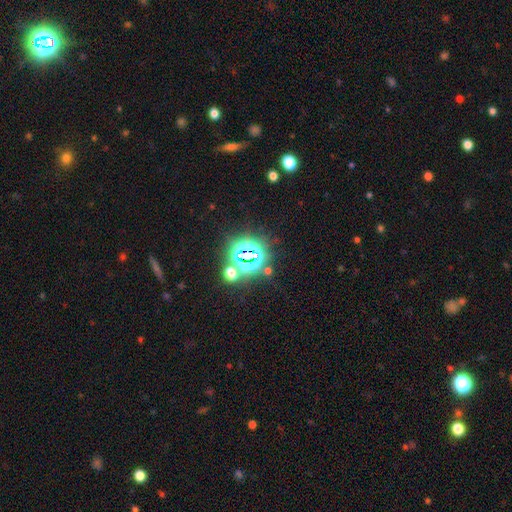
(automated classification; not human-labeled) smooth-or-featured: star or artifact: 80% | smooth: 12% | featured or disk: 8%